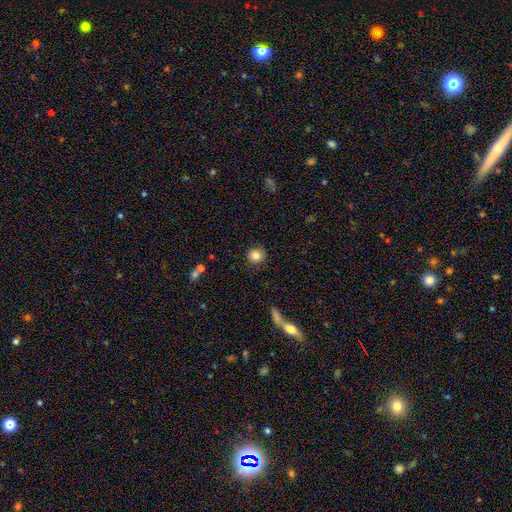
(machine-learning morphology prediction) The model was most divided on "smooth or featured": smooth: 83%, star or artifact: 9%, featured or disk: 7%. More confident: how rounded — round (90%); merging — none (88%).